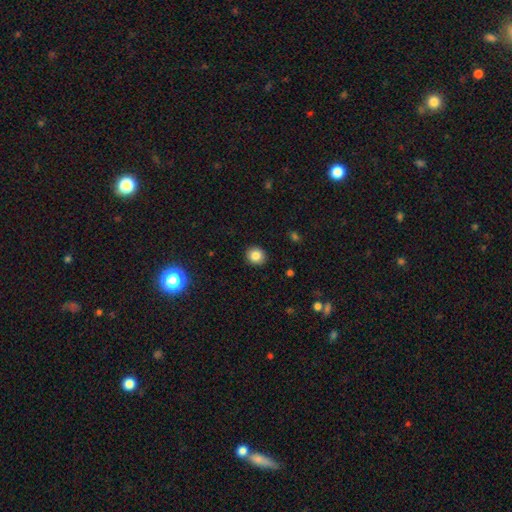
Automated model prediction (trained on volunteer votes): smooth_or_featured: smooth (p=0.85) [alt: star or artifact p=0.10]
how_rounded: round (p=0.85) [alt: in between p=0.14]
merging: none (p=0.91) [alt: minor disturbance p=0.06]